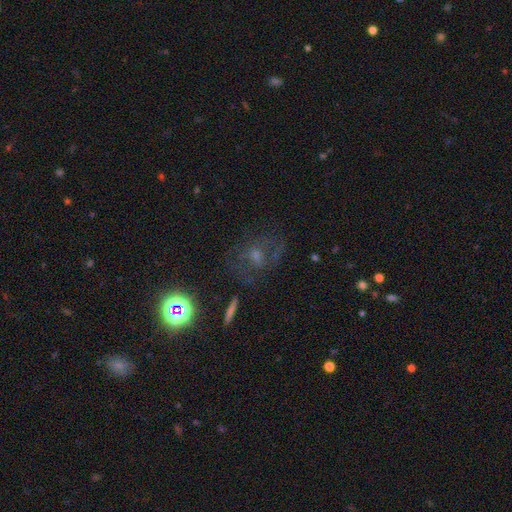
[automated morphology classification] This appears to be a featured or disk galaxy (44%). Merging: none (59%).